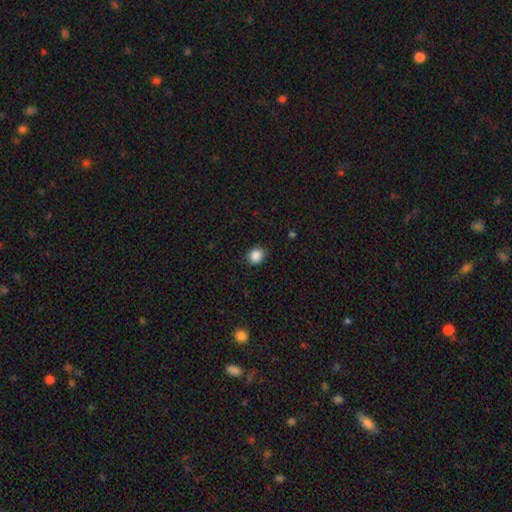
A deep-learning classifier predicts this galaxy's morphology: A smooth galaxy with no disk features (87%) that is round (78%).

Vote fractions:
- Smooth or featured? smooth: 87% / star or artifact: 10% / featured or disk: 3%
- How rounded? round: 78% / in between: 21% / cigar-shaped: 1%
- Merging? none: 87% / minor disturbance: 10% / major disturbance: 2% / merger: 1%